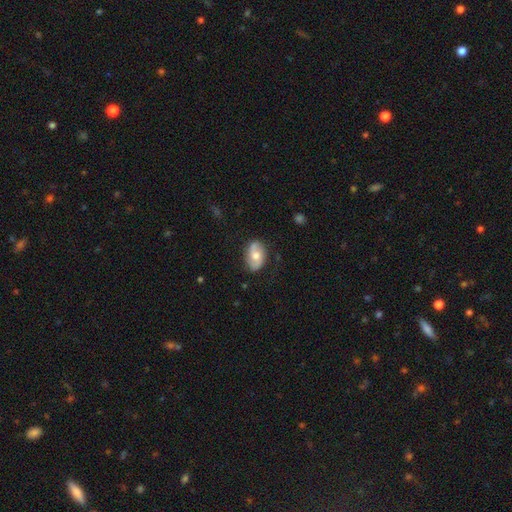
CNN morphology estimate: Q: Smooth or featured?
A: featured or disk (53%); runner-up: smooth (40%)
Q: Edge-on disk?
A: no (95%); runner-up: yes (5%)
Q: Bar?
A: no (61%); runner-up: weak (30%)
Q: Spiral arms?
A: yes (81%); runner-up: no (19%)
Q: Bulge size?
A: moderate (72%); runner-up: small (18%)
Q: Merging?
A: none (78%); runner-up: minor disturbance (17%)